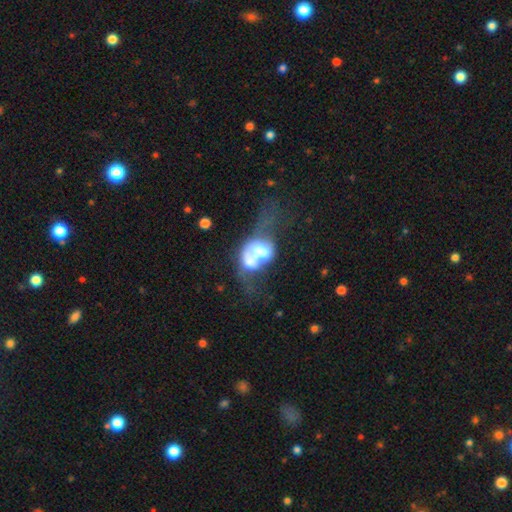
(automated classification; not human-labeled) Smooth or featured: smooth — 48% (featured or disk — 42%)
Merging: merger — 58% (major disturbance — 24%)